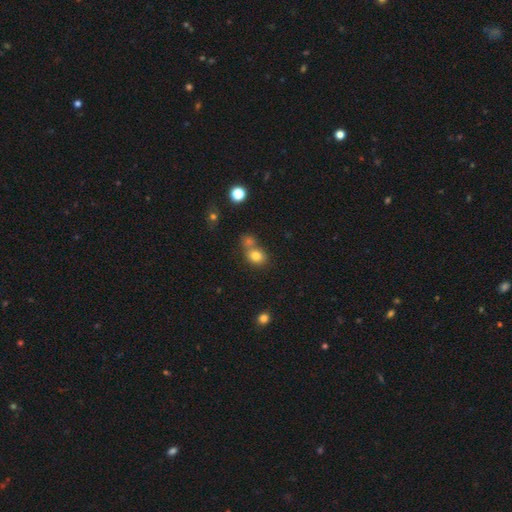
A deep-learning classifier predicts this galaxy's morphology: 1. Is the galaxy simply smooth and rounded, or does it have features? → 79% smooth, 12% star or artifact, 9% featured or disk.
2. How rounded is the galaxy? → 62% round, 37% in between, 1% cigar-shaped.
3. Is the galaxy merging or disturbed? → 45% none, 41% merger, 9% minor disturbance, 4% major disturbance.